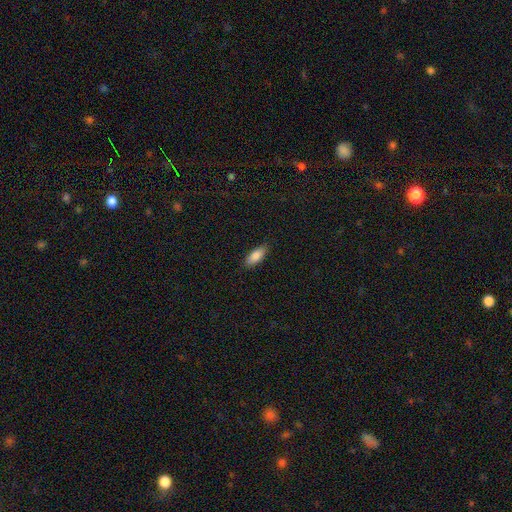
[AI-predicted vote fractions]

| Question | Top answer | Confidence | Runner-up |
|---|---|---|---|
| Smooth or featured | smooth | 83% | featured or disk (10%) |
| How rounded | in between | 77% | cigar-shaped (21%) |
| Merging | none | 85% | minor disturbance (11%) |